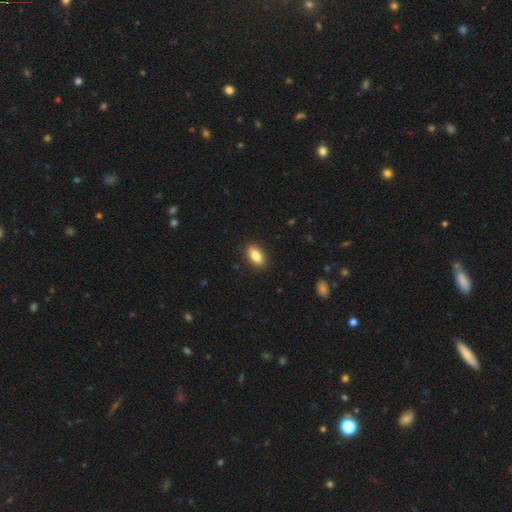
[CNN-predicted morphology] Smooth or featured?
  - smooth: 87% *
  - star or artifact: 7%
  - featured or disk: 6%
How rounded?
  - in between: 90% *
  - round: 5%
  - cigar-shaped: 5%
Merging?
  - none: 86% *
  - minor disturbance: 10%
  - major disturbance: 2%
  - merger: 1%